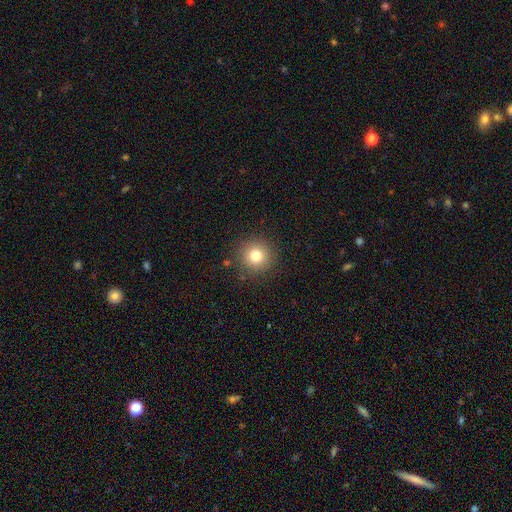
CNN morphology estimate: smooth_or_featured: smooth (p=0.79) [alt: star or artifact p=0.13]
how_rounded: round (p=0.94) [alt: in between p=0.05]
merging: none (p=0.89) [alt: minor disturbance p=0.07]